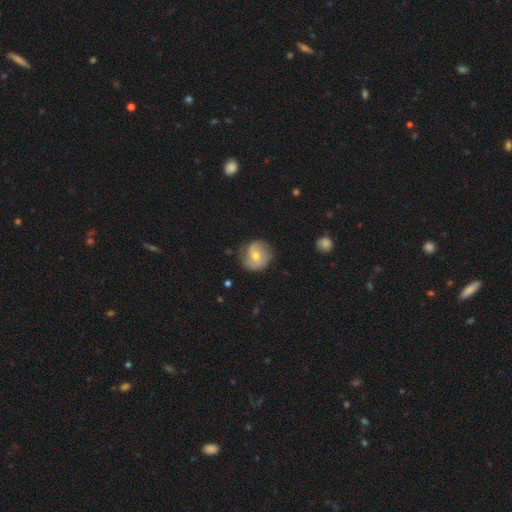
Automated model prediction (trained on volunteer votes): Smooth or featured? featured or disk (58%)
Edge-on disk? no (97%)
Bar? no (59%)
Spiral arms? yes (81%)
Bulge size? moderate (67%)
Merging? none (74%)